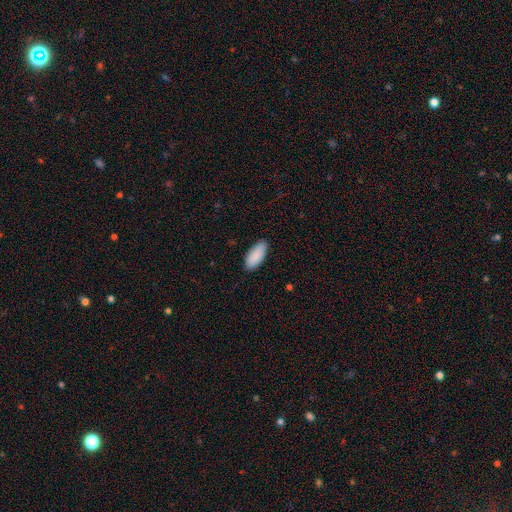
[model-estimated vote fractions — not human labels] This is clearly a smooth galaxy (90%). How rounded: clearly in between (88%). Merging: clearly none (86%).